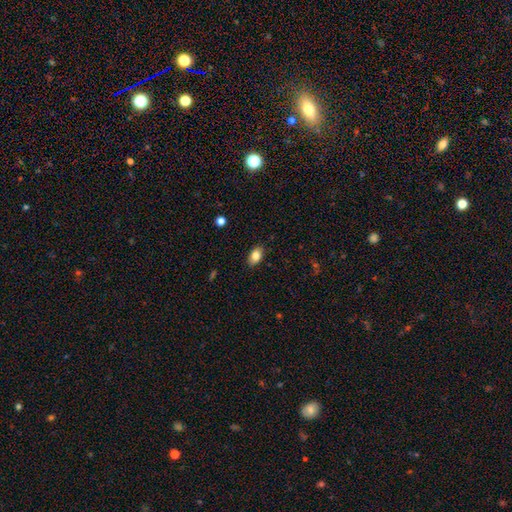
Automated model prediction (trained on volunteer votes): smooth_or_featured: smooth (p=0.84) [alt: star or artifact p=0.08]
how_rounded: in between (p=0.90) [alt: round p=0.08]
merging: none (p=0.87) [alt: minor disturbance p=0.10]